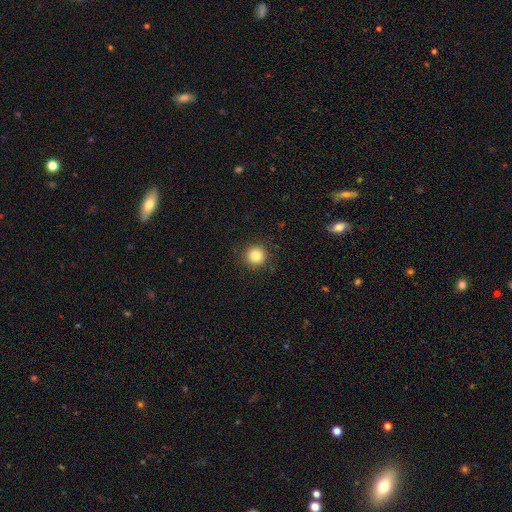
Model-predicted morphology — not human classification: smooth-or-featured: smooth: 82% | star or artifact: 12% | featured or disk: 6%
  how-rounded: round: 95% | in between: 4% | cigar-shaped: 1%
  merging: none: 92% | minor disturbance: 5% | major disturbance: 2% | merger: 1%